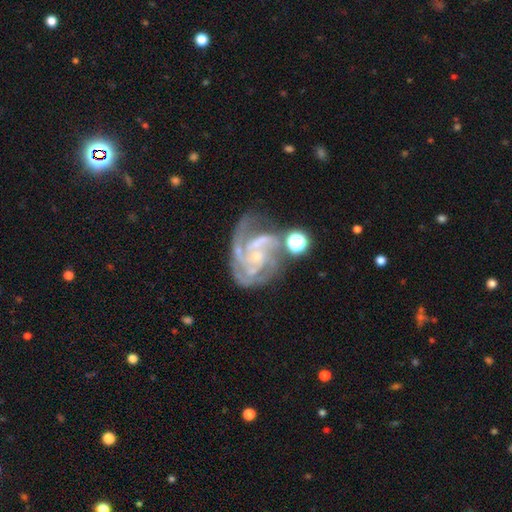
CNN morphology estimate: smooth-or-featured: featured or disk: 87% | star or artifact: 7% | smooth: 6%
  disk-edge-on: no: 98% | yes: 2%
    bar: no: 59% | weak: 32% | strong: 9%
    has-spiral-arms: yes: 96% | no: 4%
      spiral-winding: tight: 46% | medium: 44% | loose: 10%
      spiral-arm-count: 3: 40% | 2: 21% | can't tell: 16% | 4: 11% | 1: 6% | more than 4: 6%
    bulge-size: small: 73% | moderate: 15% | none: 10% | large: 1% | dominant: 1%
  merging: none: 47% | minor disturbance: 21% | major disturbance: 21% | merger: 11%